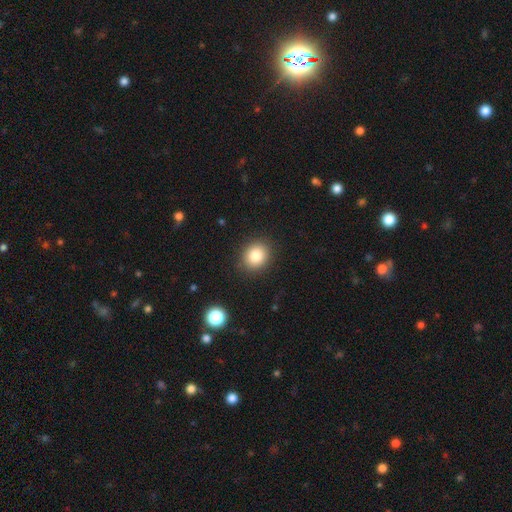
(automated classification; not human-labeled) The model was most divided on "how rounded": round: 71%, in between: 28%, cigar-shaped: 1%. More confident: merging — none (89%); smooth or featured — smooth (82%).